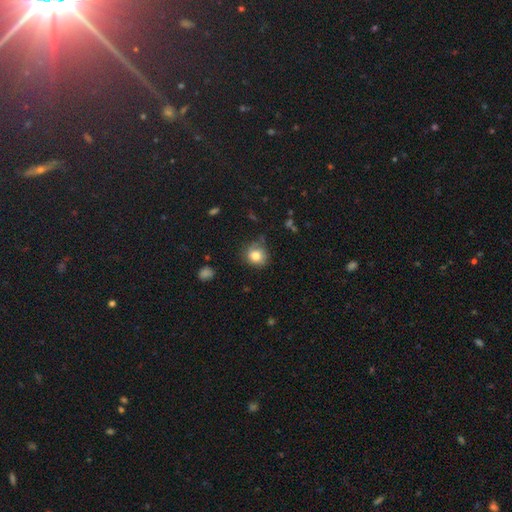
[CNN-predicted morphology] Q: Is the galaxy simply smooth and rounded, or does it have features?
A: smooth — 81%.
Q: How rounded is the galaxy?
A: round — 84%.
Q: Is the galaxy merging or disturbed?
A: none — 73%.